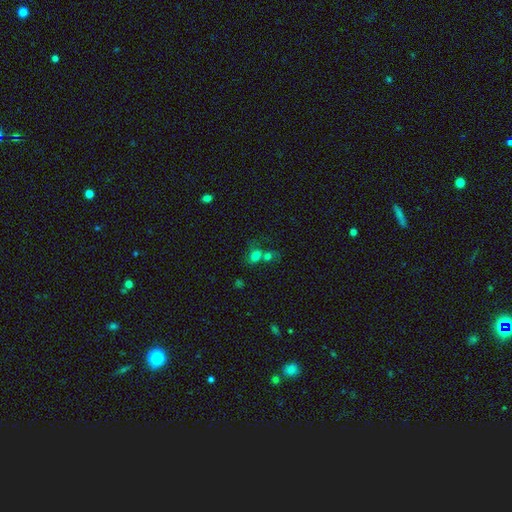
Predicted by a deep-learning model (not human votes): Smooth or featured: smooth — 73% (star or artifact — 14%)
How rounded: in between — 61% (round — 37%)
Merging: merger — 53% (none — 29%)